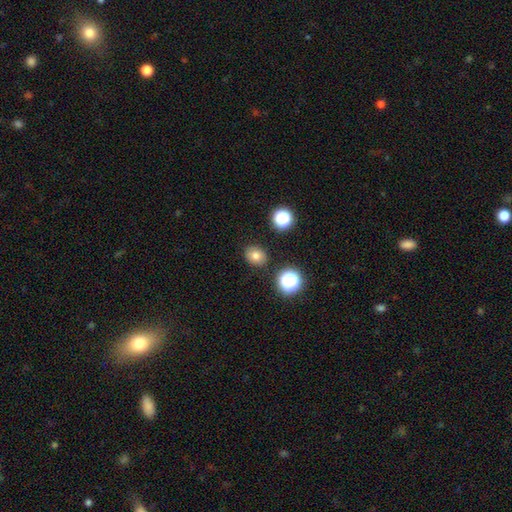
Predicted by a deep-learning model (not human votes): Smooth or featured: smooth — 77% (star or artifact — 15%)
How rounded: round — 57% (in between — 42%)
Merging: none — 86% (minor disturbance — 9%)